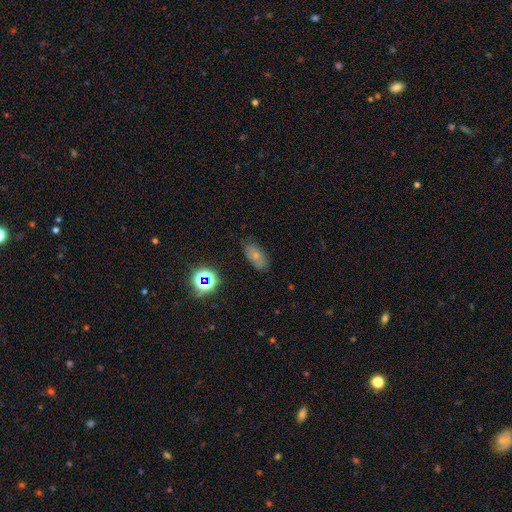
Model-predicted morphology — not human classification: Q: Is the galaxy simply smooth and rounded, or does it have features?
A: smooth — 66%.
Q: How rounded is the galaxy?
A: in between — 89%.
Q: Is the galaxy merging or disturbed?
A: none — 74%.